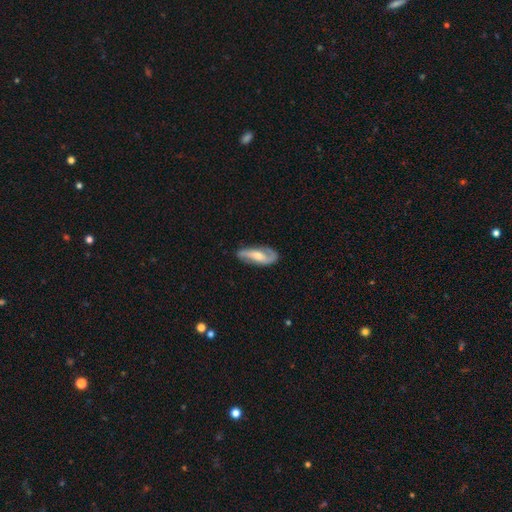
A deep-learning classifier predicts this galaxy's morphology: smooth-or-featured: featured or disk: 73% | smooth: 21% | star or artifact: 6%
  disk-edge-on: no: 89% | yes: 11%
    bar: no: 41% | weak: 38% | strong: 20%
    has-spiral-arms: yes: 92% | no: 8%
      spiral-winding: loose: 40% (tied) | medium: 40% (tied) | tight: 20%
      spiral-arm-count: 2: 84% | 1: 7% | can't tell: 6% | 3: 1% | 4: 1% | more than 4: 1%
    bulge-size: moderate: 56% | small: 29% | large: 9% | none: 5% | dominant: 1%
  merging: none: 72% | minor disturbance: 20% | major disturbance: 6% | merger: 2%